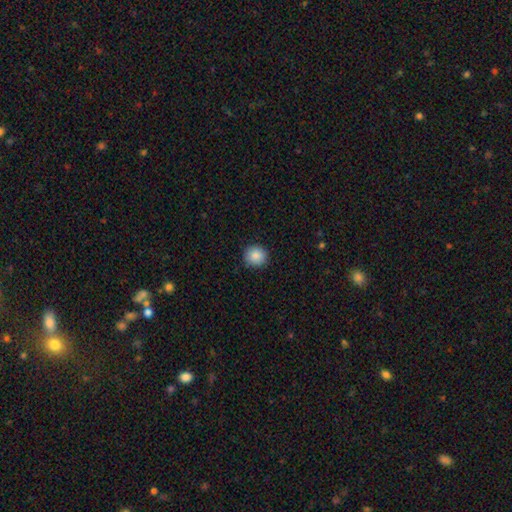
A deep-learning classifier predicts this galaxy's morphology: A smooth galaxy with no disk features (88%) that is round (92%). Merging: none (90%).